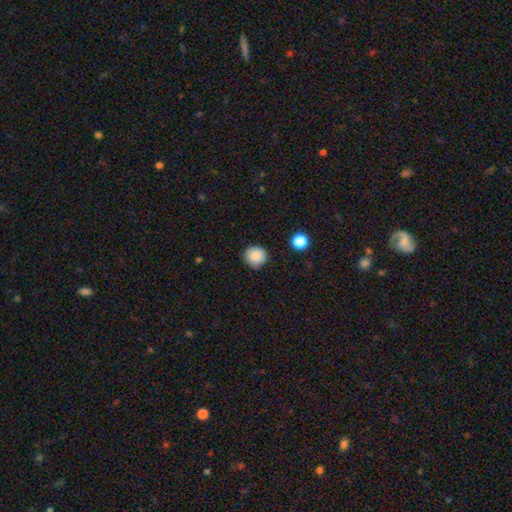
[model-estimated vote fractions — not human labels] Smooth or featured? smooth (86%)
How rounded? round (93%)
Merging? none (87%)